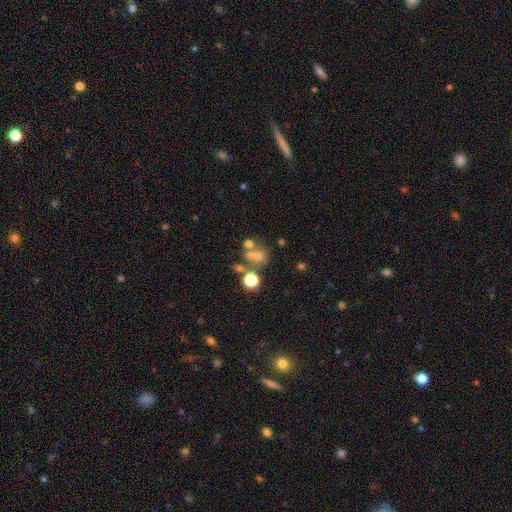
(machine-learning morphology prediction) smooth 58%, star or artifact 23%, featured or disk 19%. Down the decision tree: how rounded — round (75%); merging — none (43%).